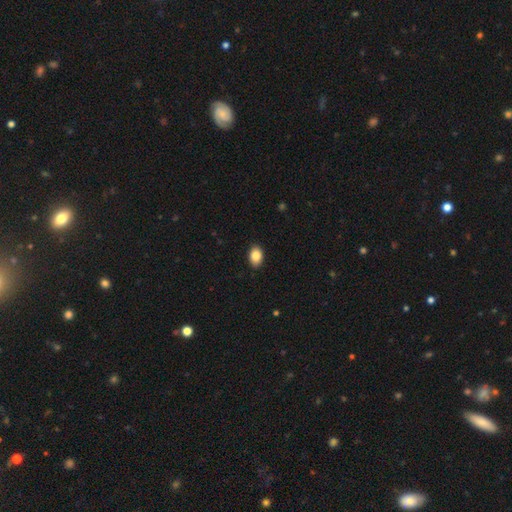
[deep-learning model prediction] This appears to be a smooth galaxy with no disk features (86%) that is in between round and cigar-shaped (83%). Merging: none (89%).